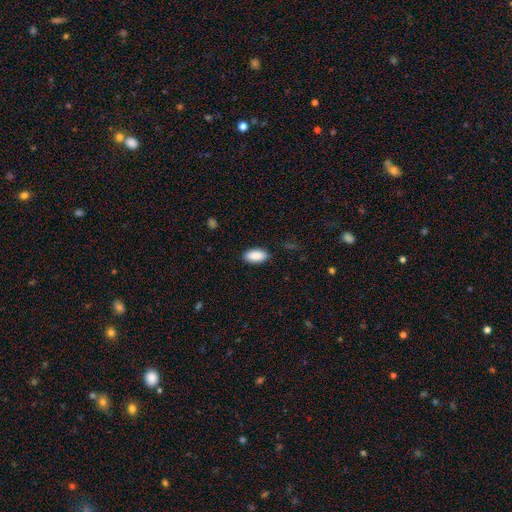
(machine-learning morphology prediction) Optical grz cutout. It shows a smooth galaxy with no disk features (90%) that is in between round and cigar-shaped (92%). Merging: none (88%).